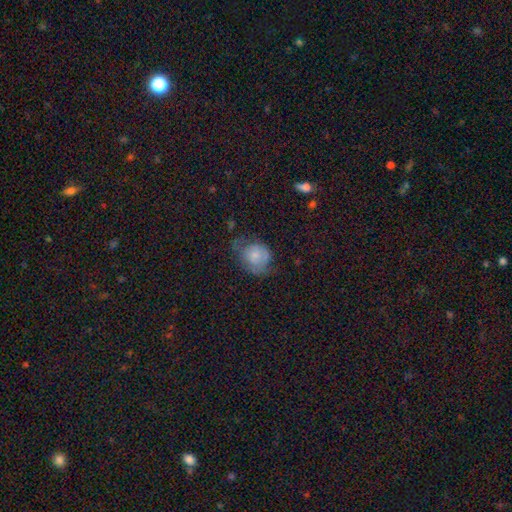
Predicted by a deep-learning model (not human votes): This is likely a smooth galaxy (64%). How rounded: likely round (69%). Merging: marginally none (39%).